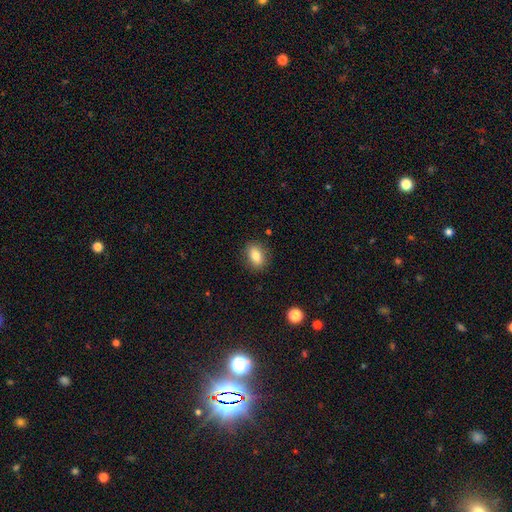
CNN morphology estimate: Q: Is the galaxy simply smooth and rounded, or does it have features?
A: smooth — 82%.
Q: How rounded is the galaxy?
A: in between — 78%.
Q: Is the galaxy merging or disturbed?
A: none — 86%.